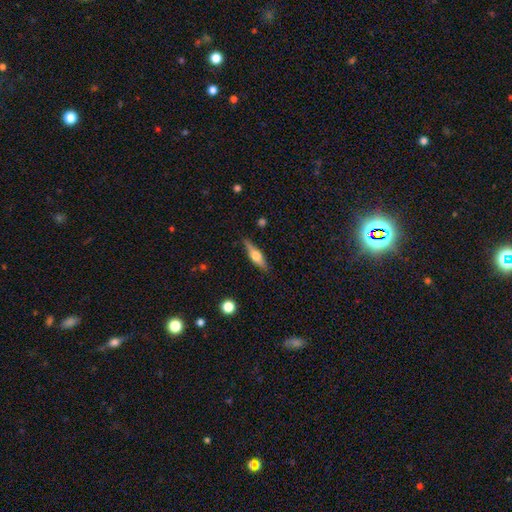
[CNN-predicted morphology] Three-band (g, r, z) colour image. It shows a featured or disk galaxy (56%) viewed edge-on (95%) with a rounded central bulge (88%). Merging: none (84%).